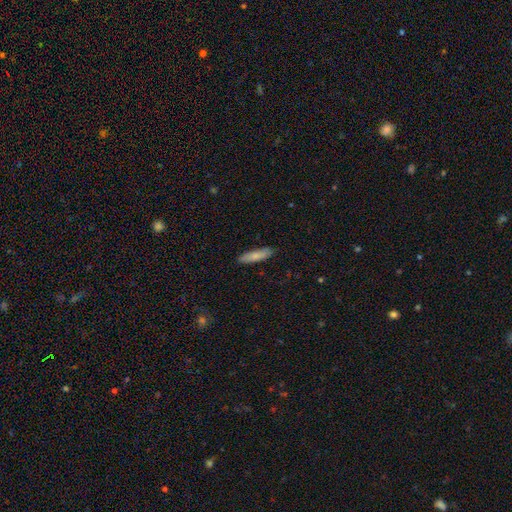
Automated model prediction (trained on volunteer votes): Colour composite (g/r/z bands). It shows a smooth galaxy with no disk features (81%) that is cigar-shaped (71%). Merging: none (88%).